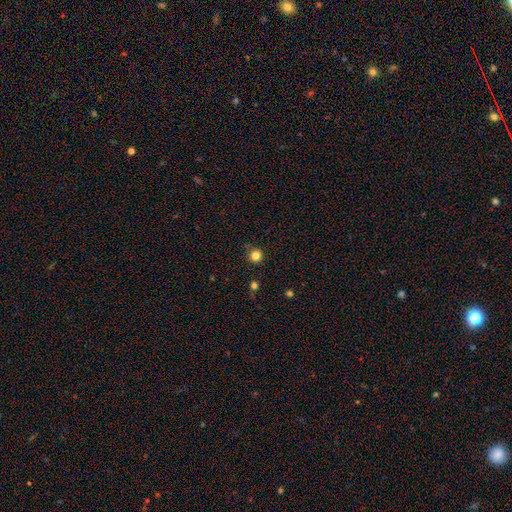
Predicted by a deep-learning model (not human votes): Smooth or featured?
  - smooth: 82% *
  - star or artifact: 13%
  - featured or disk: 5%
How rounded?
  - round: 95% *
  - in between: 4%
  - cigar-shaped: 1%
Merging?
  - none: 88% *
  - minor disturbance: 8%
  - major disturbance: 2%
  - merger: 2%